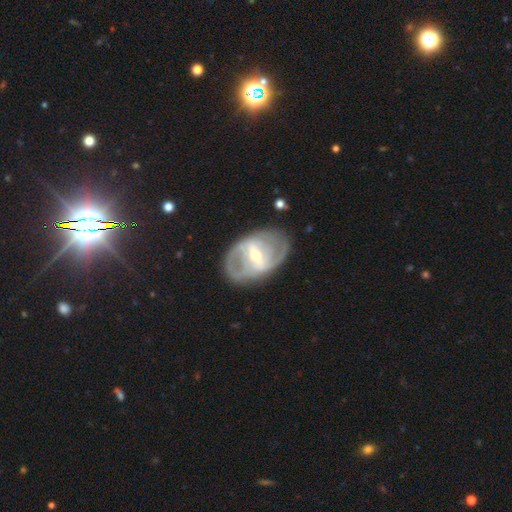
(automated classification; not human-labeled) featured or disk 82%, smooth 12%, star or artifact 5%. Down the decision tree: edge-on disk — no (94%); bar — strong (63%); spiral arms — yes (77%); spiral arm count — 2 (67%); spiral winding — medium (42%); bulge size — moderate (49%); merging — none (76%).